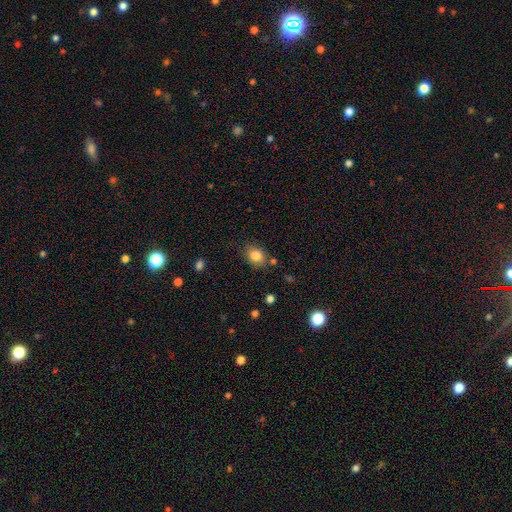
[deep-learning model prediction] Smooth or featured? smooth (83%)
How rounded? round (52%)
Merging? none (79%)